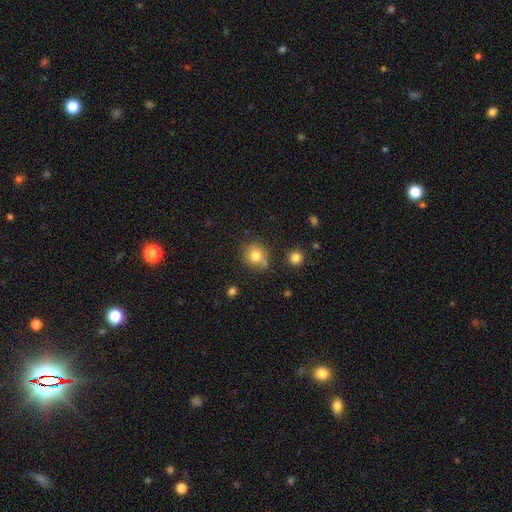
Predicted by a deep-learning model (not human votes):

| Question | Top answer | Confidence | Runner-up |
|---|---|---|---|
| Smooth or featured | smooth | 79% | star or artifact (11%) |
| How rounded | round | 87% | in between (12%) |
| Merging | none | 69% | minor disturbance (14%) |